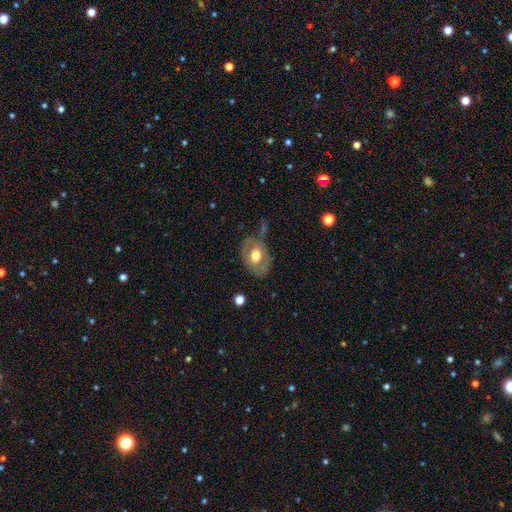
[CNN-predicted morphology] Smooth or featured?
  - smooth: 51% *
  - featured or disk: 42%
  - star or artifact: 7%
How rounded?
  - in between: 72% *
  - round: 26%
  - cigar-shaped: 1%
Merging?
  - none: 55% *
  - minor disturbance: 25%
  - major disturbance: 14%
  - merger: 7%